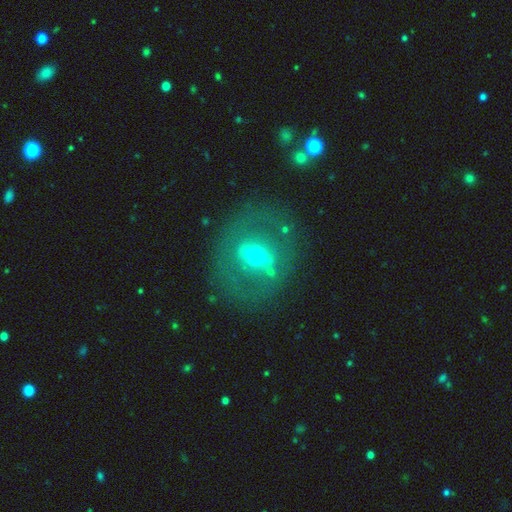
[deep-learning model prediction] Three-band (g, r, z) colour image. It shows a featured or disk galaxy (66%) with a strong bar (52%), no spiral arms (86%) and a moderate central bulge (54%). Merging: none (77%).